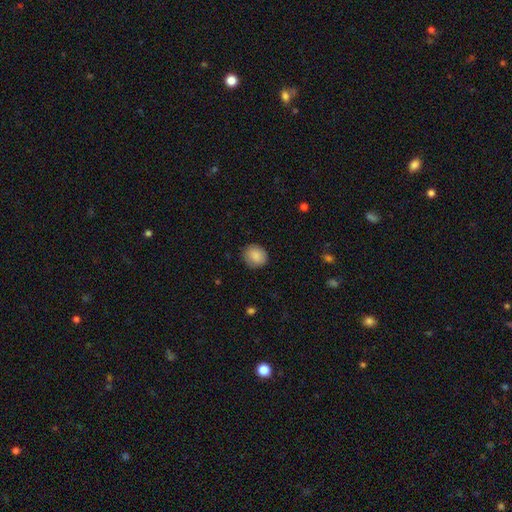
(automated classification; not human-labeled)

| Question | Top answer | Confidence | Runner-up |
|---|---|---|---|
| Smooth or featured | smooth | 86% | star or artifact (7%) |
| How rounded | round | 78% | in between (21%) |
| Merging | none | 85% | minor disturbance (11%) |